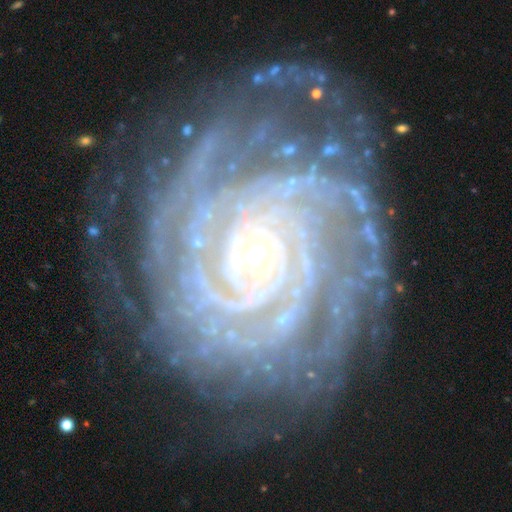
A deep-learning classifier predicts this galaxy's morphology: Smooth or featured: featured or disk — 91% (star or artifact — 6%)
Edge-on disk: no — 97% (yes — 3%)
Bar: no — 73% (weak — 17%)
Spiral arms: yes — 98% (no — 2%)
Spiral winding: tight — 85% (medium — 13%)
Spiral arm count: more than 4 — 21% (4 — 19%)
Bulge size: small — 81% (moderate — 14%)
Merging: none — 73% (minor disturbance — 17%)